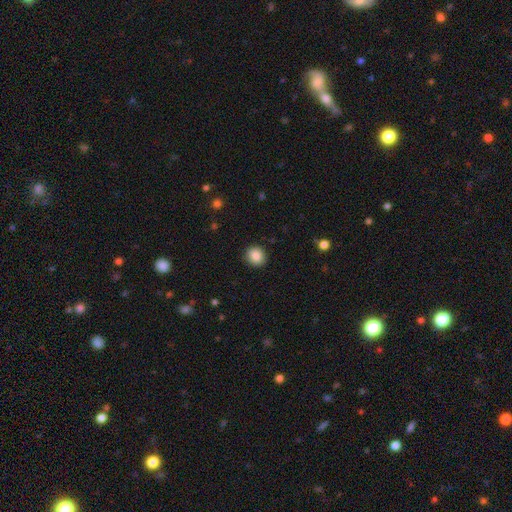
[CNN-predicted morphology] smooth-or-featured: smooth: 87% | star or artifact: 9% | featured or disk: 5%
  how-rounded: round: 78% | in between: 21% | cigar-shaped: 1%
  merging: none: 90% | minor disturbance: 7% | major disturbance: 2% | merger: 1%